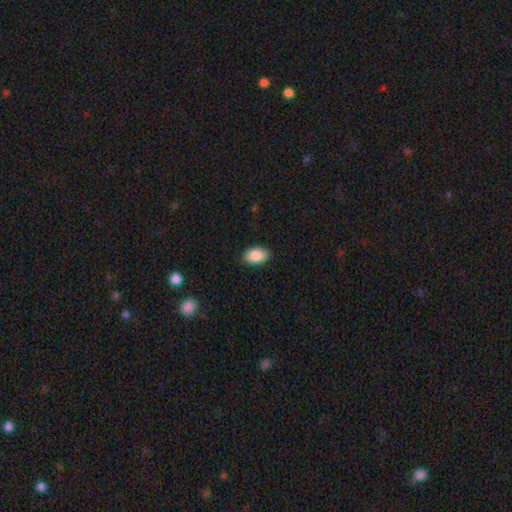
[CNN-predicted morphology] A smooth galaxy with no disk features (88%) that is in between round and cigar-shaped (91%). Merging: none (88%).